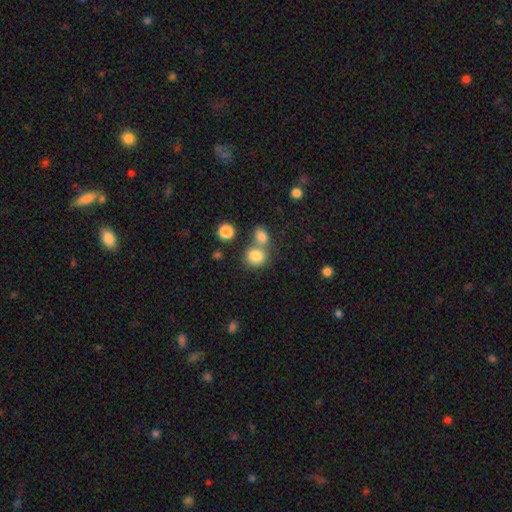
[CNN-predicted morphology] type=smooth (82%); roundness=round (70%); merging=none (48%).